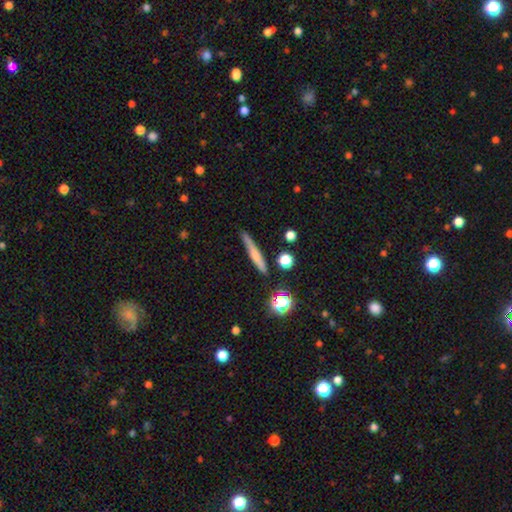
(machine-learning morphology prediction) Q: Smooth or featured?
A: smooth (61%); runner-up: featured or disk (29%)
Q: How rounded?
A: cigar-shaped (91%); runner-up: in between (6%)
Q: Merging?
A: none (83%); runner-up: minor disturbance (11%)